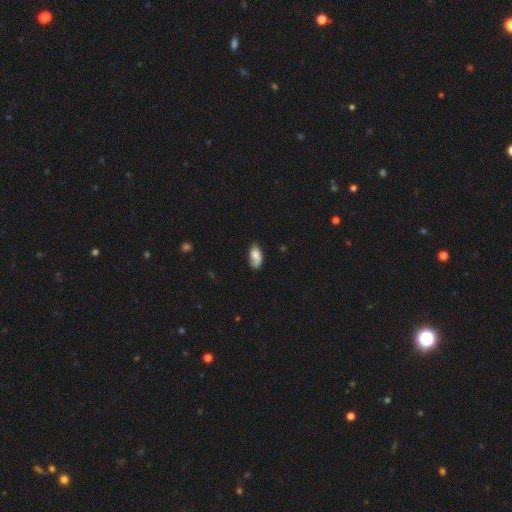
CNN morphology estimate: A smooth galaxy with no disk features (68%) that is in between round and cigar-shaped (92%). Merging: none (58%).